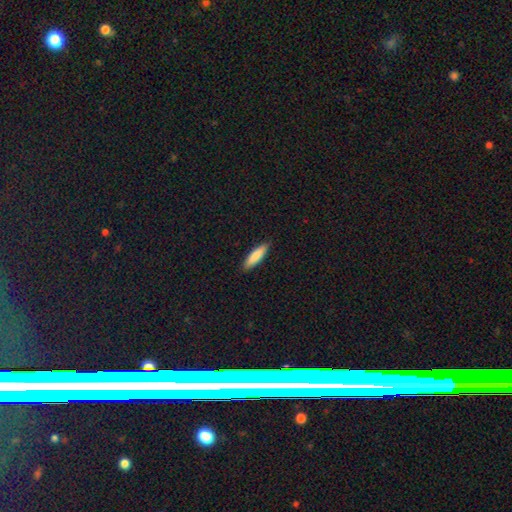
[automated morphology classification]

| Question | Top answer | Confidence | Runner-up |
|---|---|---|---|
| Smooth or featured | smooth | 83% | featured or disk (12%) |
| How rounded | cigar-shaped | 70% | in between (29%) |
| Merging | none | 90% | minor disturbance (8%) |